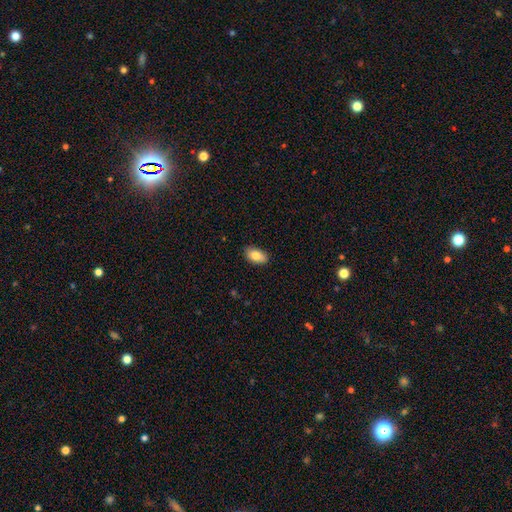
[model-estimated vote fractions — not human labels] This appears to be a smooth galaxy with no disk features (81%) that is in between round and cigar-shaped (92%). Merging: none (85%).